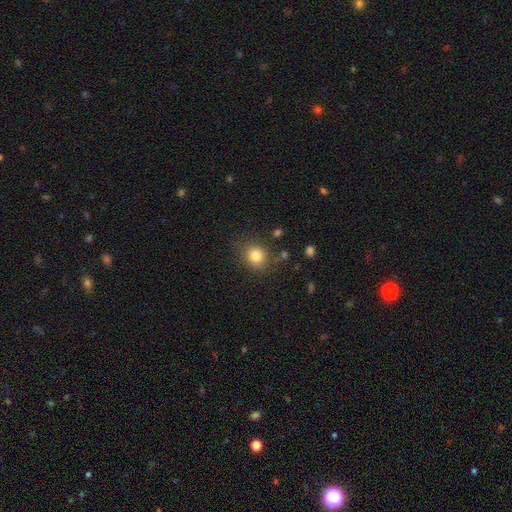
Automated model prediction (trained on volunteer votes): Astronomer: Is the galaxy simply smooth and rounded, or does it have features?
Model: smooth — 82%.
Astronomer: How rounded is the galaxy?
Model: round — 77%.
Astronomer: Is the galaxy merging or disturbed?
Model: none — 77%.